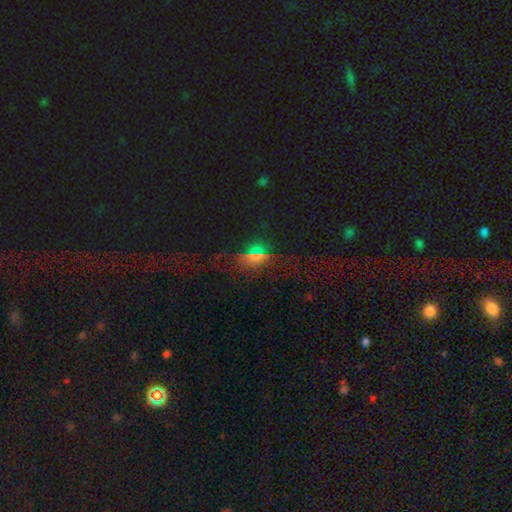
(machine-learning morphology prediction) Overall: star or artifact (43%; smooth 42%).